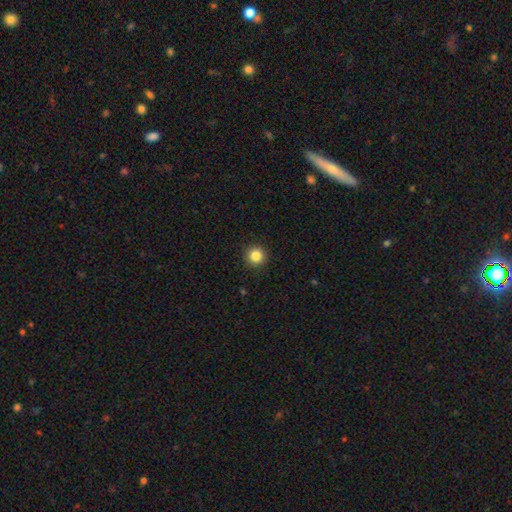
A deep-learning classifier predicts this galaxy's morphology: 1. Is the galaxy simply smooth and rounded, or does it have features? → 85% smooth, 11% star or artifact, 4% featured or disk.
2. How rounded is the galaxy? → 95% round, 4% in between, 1% cigar-shaped.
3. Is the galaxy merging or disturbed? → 92% none, 5% minor disturbance, 2% major disturbance, 1% merger.